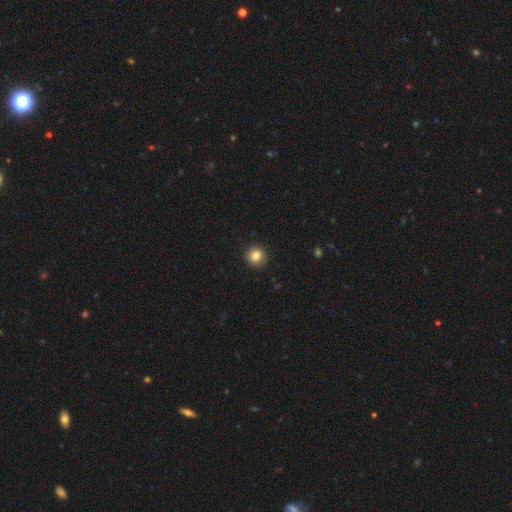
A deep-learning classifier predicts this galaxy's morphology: type=smooth (84%); roundness=round (93%); merging=none (90%).